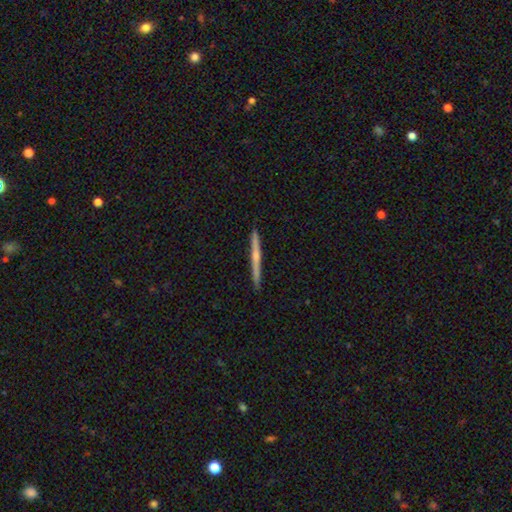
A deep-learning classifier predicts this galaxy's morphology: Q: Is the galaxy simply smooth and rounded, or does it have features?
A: featured or disk — 54%.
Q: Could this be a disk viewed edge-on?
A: yes — 94%.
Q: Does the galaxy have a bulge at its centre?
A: none — 49%.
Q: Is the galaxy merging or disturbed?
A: none — 88%.